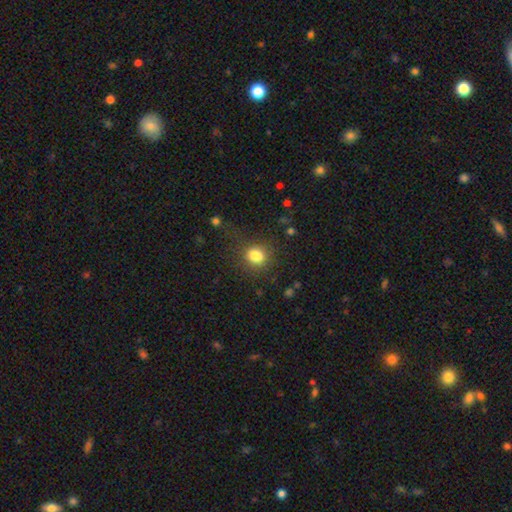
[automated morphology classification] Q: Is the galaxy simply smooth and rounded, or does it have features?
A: smooth — 82%.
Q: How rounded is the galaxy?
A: round — 58%.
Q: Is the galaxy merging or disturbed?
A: none — 71%.